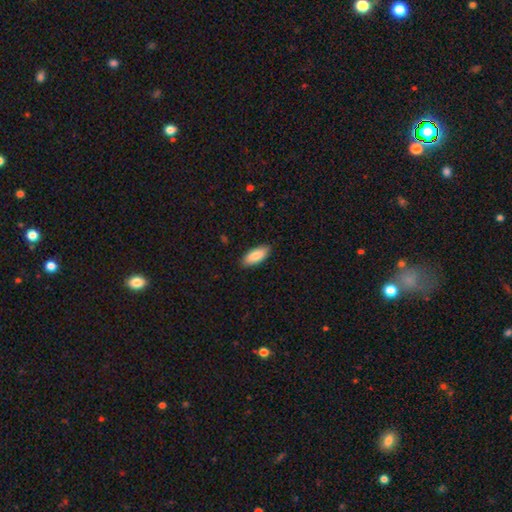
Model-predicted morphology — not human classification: Smooth or featured? Predicted: smooth (p=0.86). How rounded? Predicted: in between (p=0.86). Merging? Predicted: none (p=0.88).